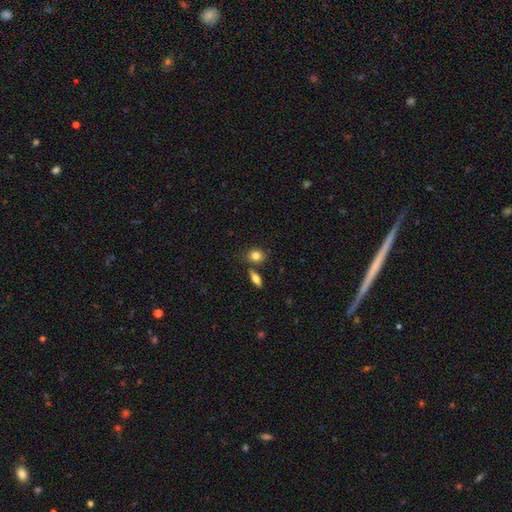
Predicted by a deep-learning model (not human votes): Morphology: type=smooth (82%); roundness=in between (52%); merging=none (69%).